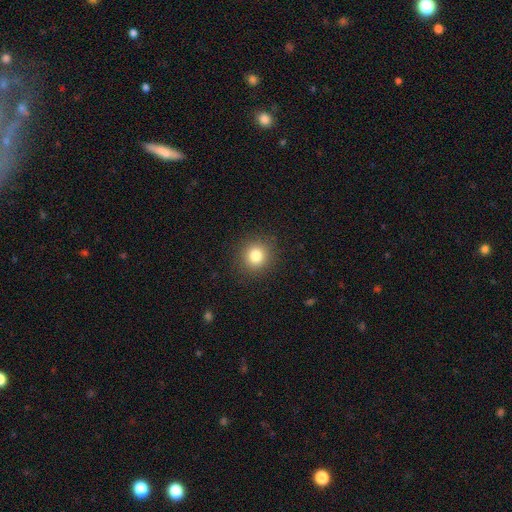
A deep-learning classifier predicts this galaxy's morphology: smooth_or_featured: smooth (p=0.81) [alt: star or artifact p=0.12]
how_rounded: round (p=0.89) [alt: in between p=0.10]
merging: none (p=0.90) [alt: minor disturbance p=0.06]